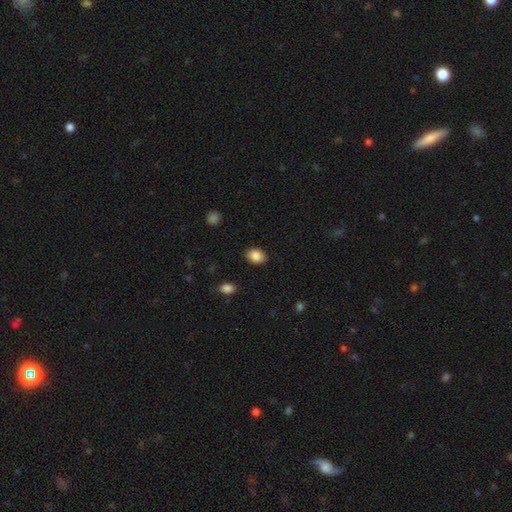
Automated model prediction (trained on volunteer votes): Smooth or featured? Predicted: smooth (p=0.87). How rounded? Predicted: in between (p=0.70). Merging? Predicted: none (p=0.88).